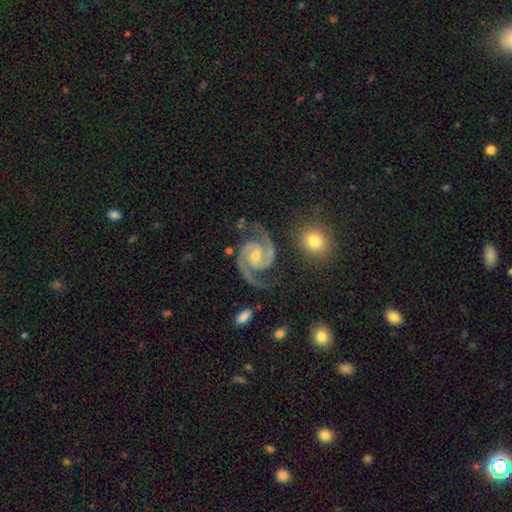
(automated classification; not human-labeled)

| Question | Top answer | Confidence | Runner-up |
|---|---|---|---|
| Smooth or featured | featured or disk | 94% | star or artifact (4%) |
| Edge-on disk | no | 98% | yes (2%) |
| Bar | no | 46% | weak (37%) |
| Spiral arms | yes | 99% | no (1%) |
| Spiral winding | medium | 59% | tight (33%) |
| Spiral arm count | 2 | 94% | 3 (2%) |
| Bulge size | small | 53% | moderate (42%) |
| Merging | none | 78% | minor disturbance (14%) |